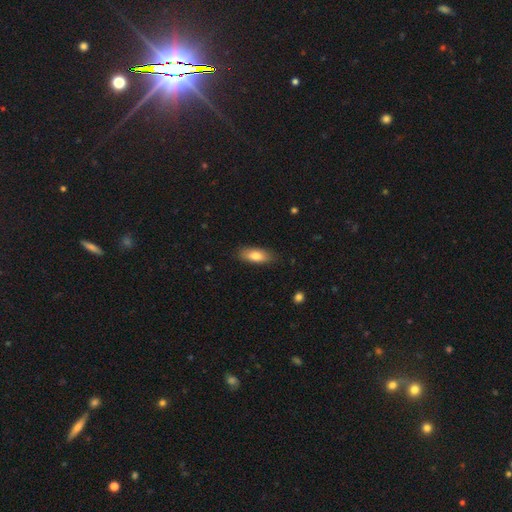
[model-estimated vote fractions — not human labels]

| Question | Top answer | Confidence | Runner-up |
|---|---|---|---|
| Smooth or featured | smooth | 77% | featured or disk (16%) |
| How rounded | in between | 76% | cigar-shaped (21%) |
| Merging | none | 84% | minor disturbance (12%) |